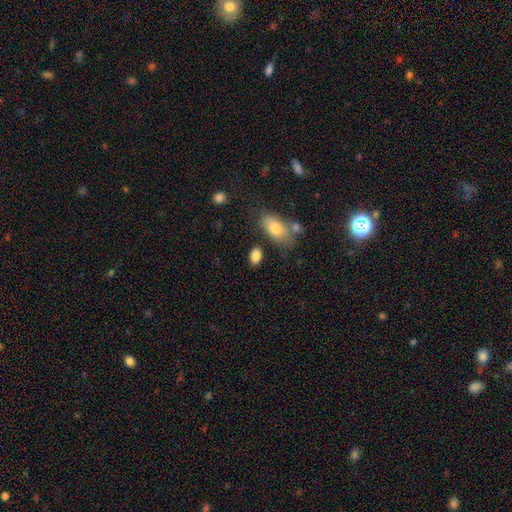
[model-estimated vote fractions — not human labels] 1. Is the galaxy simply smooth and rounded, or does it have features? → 85% smooth, 8% star or artifact, 7% featured or disk.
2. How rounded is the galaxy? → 89% in between, 8% round, 2% cigar-shaped.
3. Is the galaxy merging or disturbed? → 77% none, 12% minor disturbance, 7% merger, 4% major disturbance.